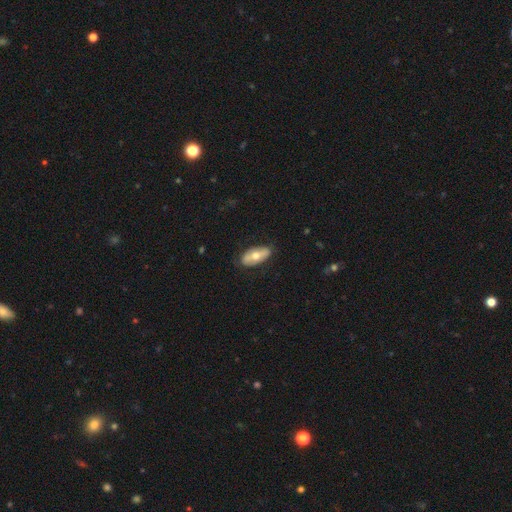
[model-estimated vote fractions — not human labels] Smooth or featured? Predicted: smooth (p=0.55). How rounded? Predicted: in between (p=0.88). Merging? Predicted: none (p=0.79).